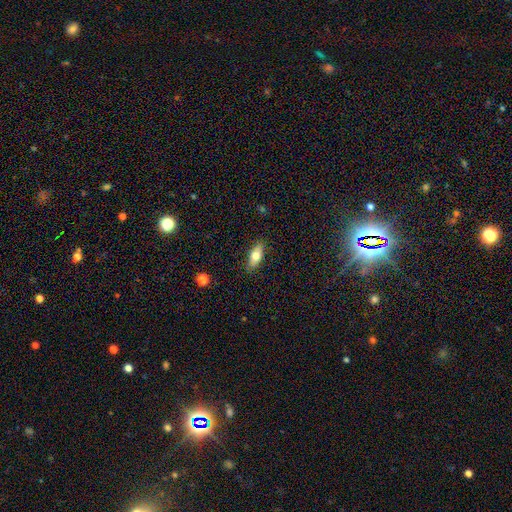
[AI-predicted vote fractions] Smooth or featured? Predicted: smooth (p=0.71). How rounded? Predicted: in between (p=0.75). Merging? Predicted: none (p=0.86).